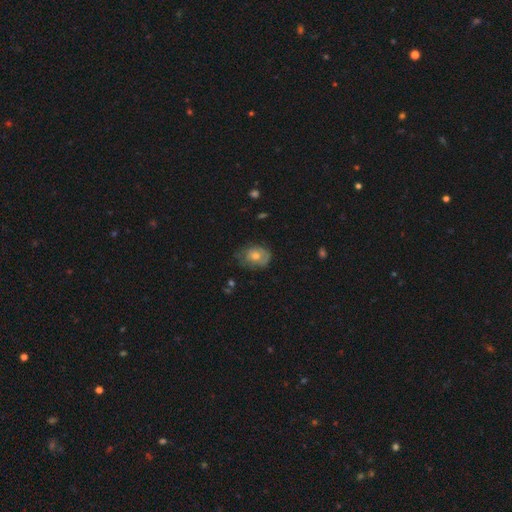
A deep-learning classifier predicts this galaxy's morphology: smooth 52%, featured or disk 37%, star or artifact 11%. Down the decision tree: how rounded — in between (53%); merging — none (60%).